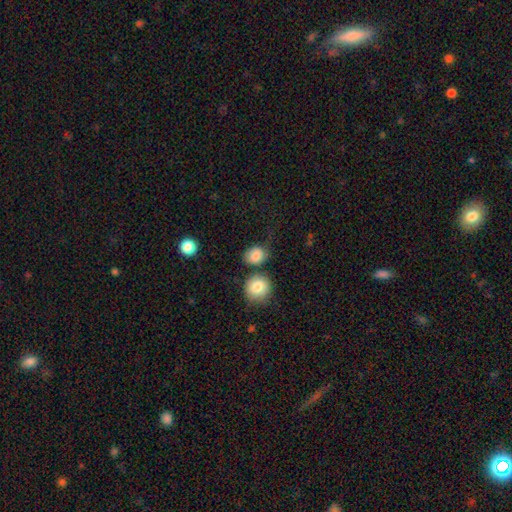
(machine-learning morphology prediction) This appears to be a smooth galaxy with no disk features (83%) that is round (65%). Merging: none (53%).